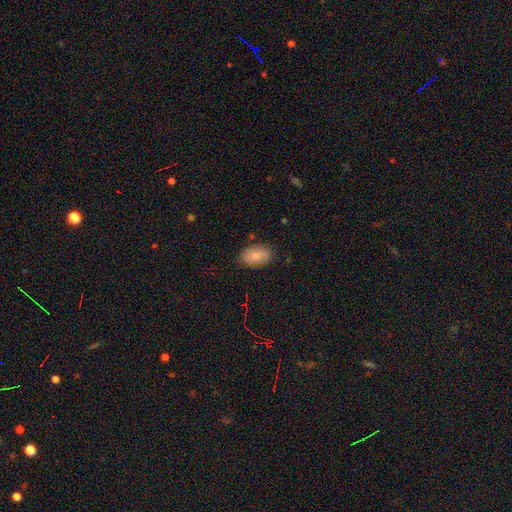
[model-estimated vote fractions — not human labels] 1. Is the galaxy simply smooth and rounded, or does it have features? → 81% smooth, 12% featured or disk, 7% star or artifact.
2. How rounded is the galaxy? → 91% in between, 8% round, 1% cigar-shaped.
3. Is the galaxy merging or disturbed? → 82% none, 14% minor disturbance, 3% major disturbance, 1% merger.